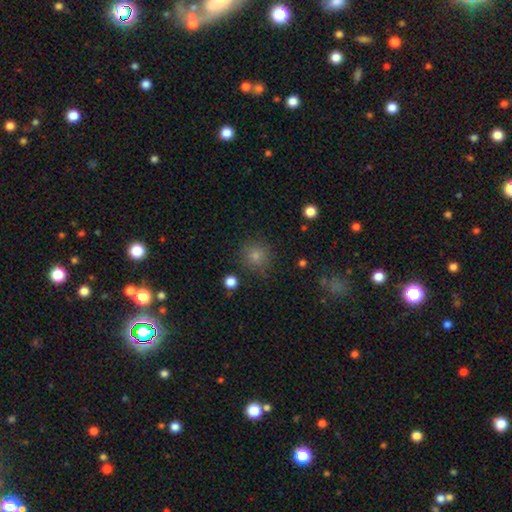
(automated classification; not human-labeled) smooth-or-featured: smooth: 70% | star or artifact: 23% | featured or disk: 7%
  how-rounded: round: 94% | in between: 5% | cigar-shaped: 1%
  merging: none: 87% | minor disturbance: 8% | major disturbance: 3% | merger: 2%